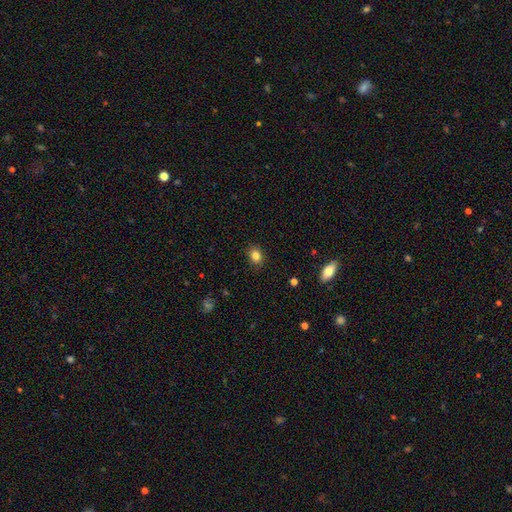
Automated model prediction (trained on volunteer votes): Smooth or featured: smooth — 84% (star or artifact — 11%)
How rounded: round — 55% (in between — 45%)
Merging: none — 87% (minor disturbance — 10%)